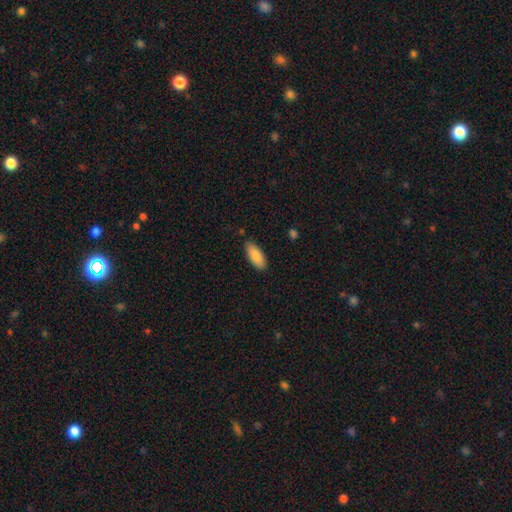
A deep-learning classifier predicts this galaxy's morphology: smooth-or-featured: smooth: 87% | featured or disk: 7% | star or artifact: 6%
  how-rounded: in between: 84% | cigar-shaped: 15% | round: 2%
  merging: none: 85% | minor disturbance: 11% | major disturbance: 2% | merger: 2%